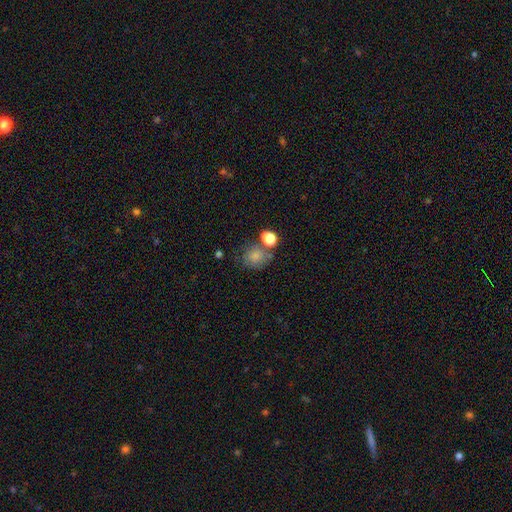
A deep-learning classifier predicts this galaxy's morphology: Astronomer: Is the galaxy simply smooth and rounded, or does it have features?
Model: smooth — 78%.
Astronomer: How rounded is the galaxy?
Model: round — 66%.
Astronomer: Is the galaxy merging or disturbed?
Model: none — 53%.